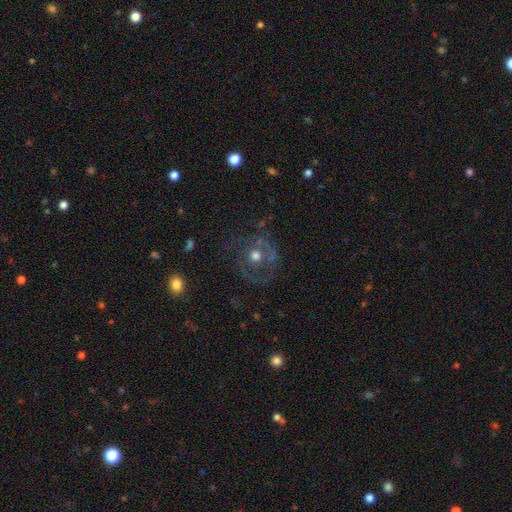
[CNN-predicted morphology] smooth_or_featured: featured or disk (p=0.60) [alt: smooth p=0.30]
disk_edge_on: no (p=0.97) [alt: yes p=0.03]
bar: no (p=0.85) [alt: weak p=0.12]
has_spiral_arms: yes (p=0.57) [alt: no p=0.43]
bulge_size: moderate (p=0.69) [alt: large p=0.16]
merging: none (p=0.64) [alt: minor disturbance p=0.17]